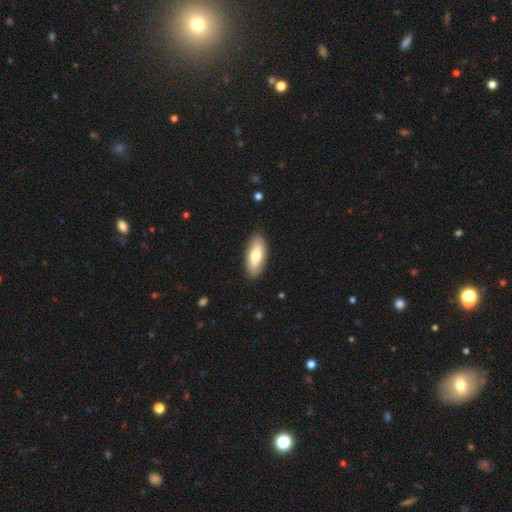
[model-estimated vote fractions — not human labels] This is likely a smooth galaxy (73%). How rounded: clearly in between (83%). Merging: clearly none (89%).